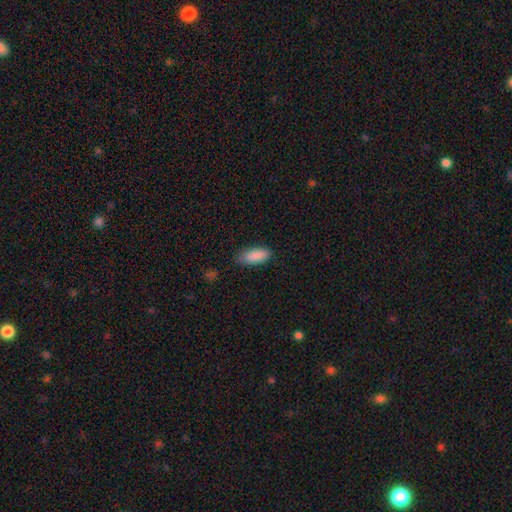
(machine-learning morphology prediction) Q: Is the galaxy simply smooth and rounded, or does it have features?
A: smooth — 89%.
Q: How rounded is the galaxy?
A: in between — 83%.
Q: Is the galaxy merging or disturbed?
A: none — 78%.